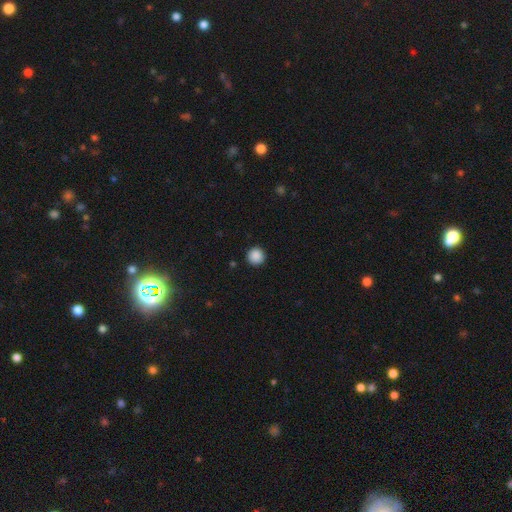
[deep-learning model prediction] Smooth or featured: smooth — 88% (star or artifact — 9%)
How rounded: round — 96% (in between — 3%)
Merging: none — 92% (minor disturbance — 5%)